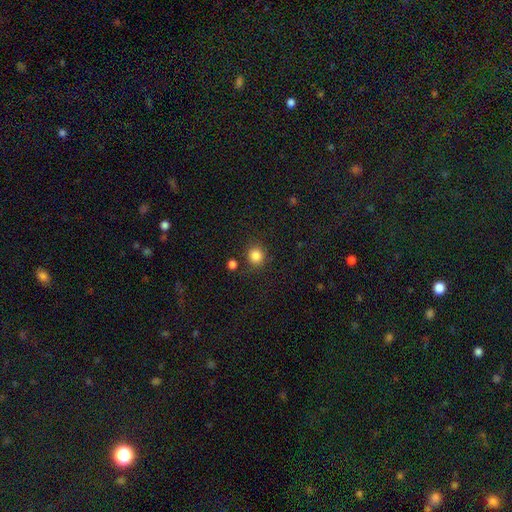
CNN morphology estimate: smooth 85%, star or artifact 12%, featured or disk 4%. Down the decision tree: how rounded — round (90%); merging — none (83%).